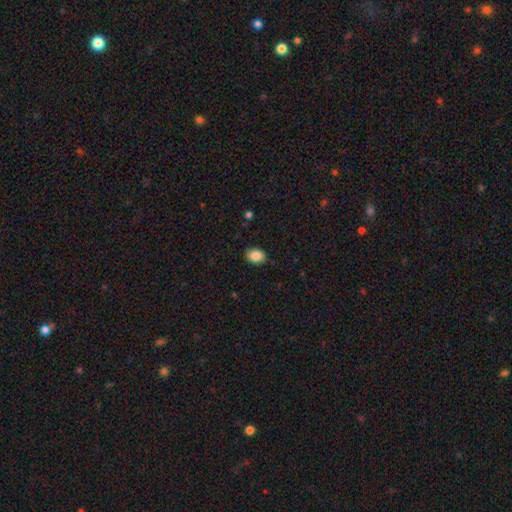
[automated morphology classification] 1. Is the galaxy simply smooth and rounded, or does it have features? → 88% smooth, 8% star or artifact, 5% featured or disk.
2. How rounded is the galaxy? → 73% in between, 26% round, 1% cigar-shaped.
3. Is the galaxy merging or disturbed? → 88% none, 9% minor disturbance, 2% major disturbance, 1% merger.